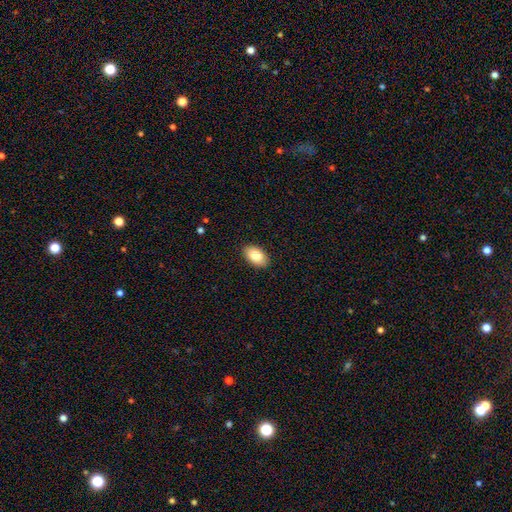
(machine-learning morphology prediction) Smooth or featured? Predicted: smooth (p=0.83). How rounded? Predicted: in between (p=0.94). Merging? Predicted: none (p=0.90).